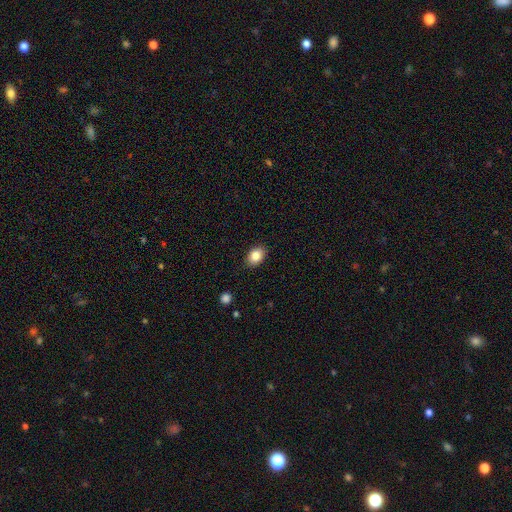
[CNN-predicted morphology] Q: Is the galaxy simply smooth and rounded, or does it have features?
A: smooth — 85%.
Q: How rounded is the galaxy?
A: in between — 77%.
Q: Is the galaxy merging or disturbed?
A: none — 87%.